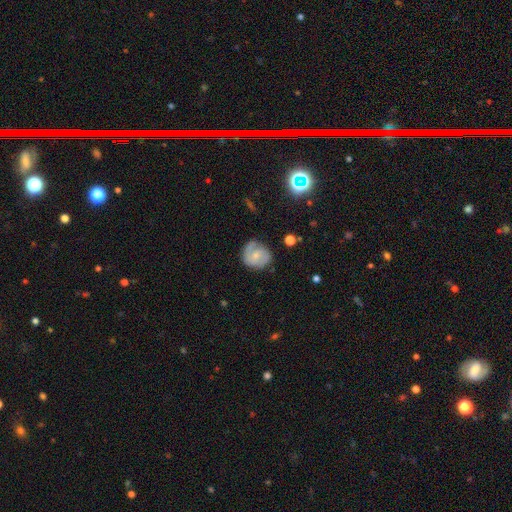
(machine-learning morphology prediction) A featured or disk galaxy (59%) with no bar (63%), spiral arms (86%) and a small central bulge (58%). Merging: none (68%).